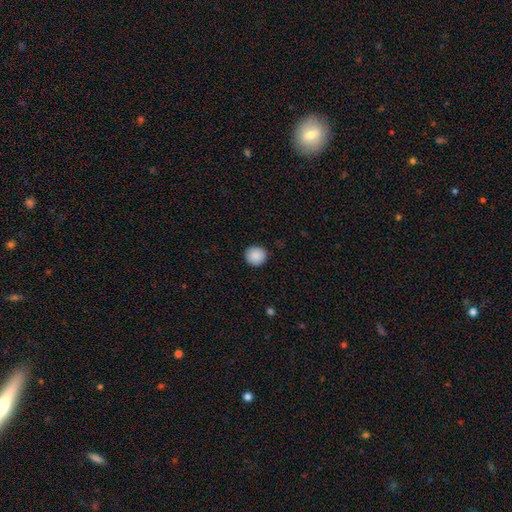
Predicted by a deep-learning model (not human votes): smooth 89%, star or artifact 8%, featured or disk 3%. Down the decision tree: how rounded — round (93%); merging — none (92%).